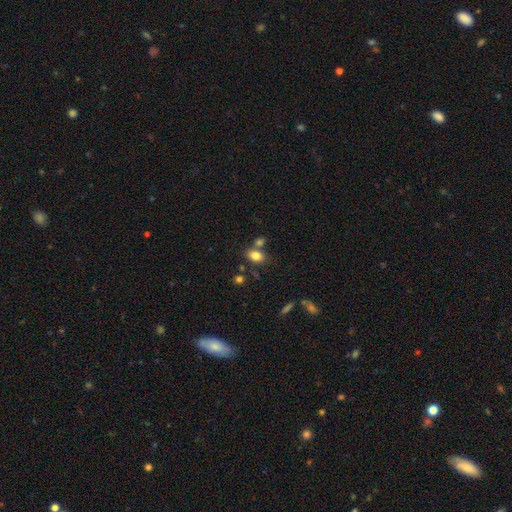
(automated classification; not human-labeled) smooth-or-featured: smooth: 80% | star or artifact: 10% | featured or disk: 9%
  how-rounded: in between: 78% | round: 21% | cigar-shaped: 2%
  merging: none: 63% | merger: 21% | minor disturbance: 12% | major disturbance: 4%